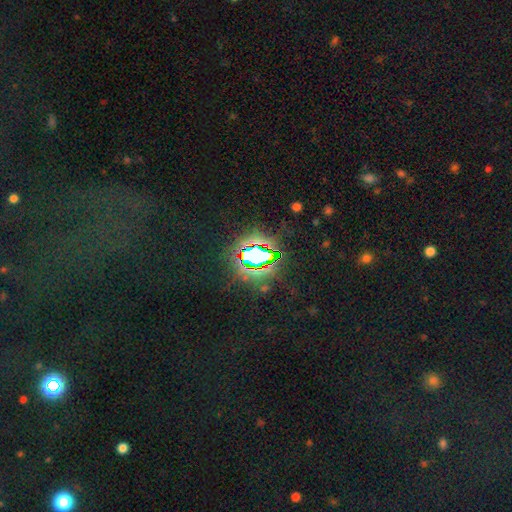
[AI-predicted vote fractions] This is likely a star or artifact rather than a galaxy (73%).